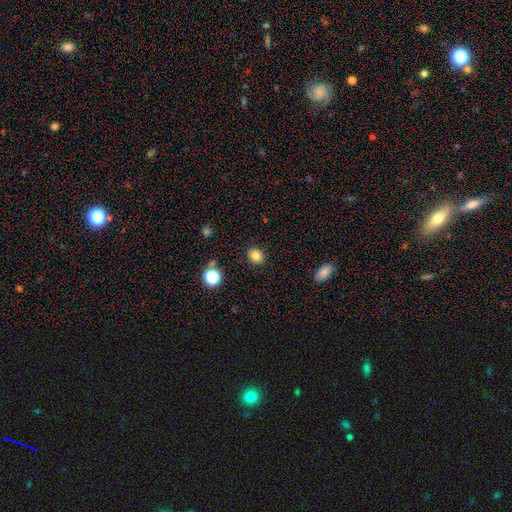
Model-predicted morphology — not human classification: Smooth or featured? smooth (82%)
How rounded? round (64%)
Merging? none (89%)